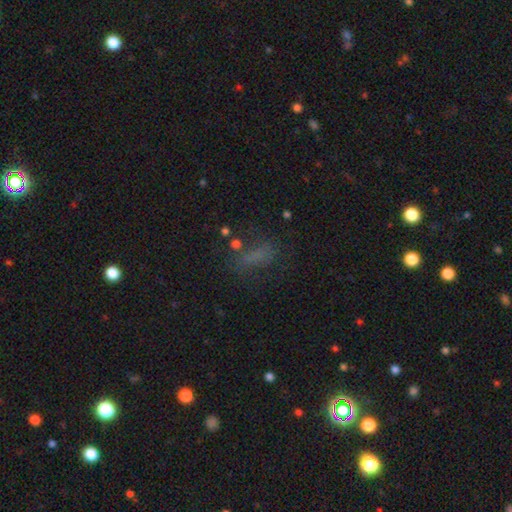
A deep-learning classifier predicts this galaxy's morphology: smooth-or-featured: smooth: 55% | star or artifact: 28% | featured or disk: 16%
  how-rounded: in between: 55% | cigar-shaped: 36% | round: 9%
  merging: none: 59% | minor disturbance: 20% | major disturbance: 16% | merger: 5%